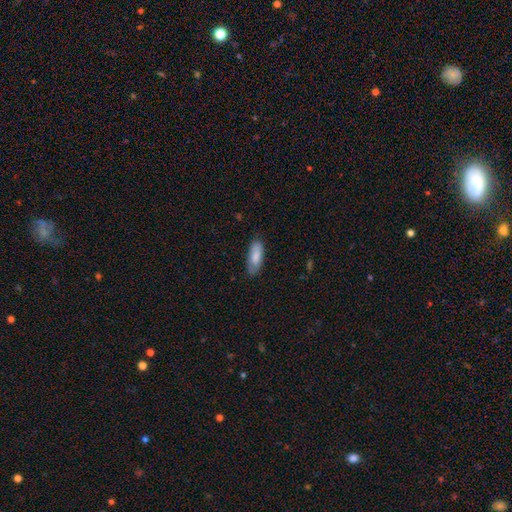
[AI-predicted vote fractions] Smooth or featured? Predicted: smooth (p=0.82). How rounded? Predicted: in between (p=0.70). Merging? Predicted: none (p=0.79).